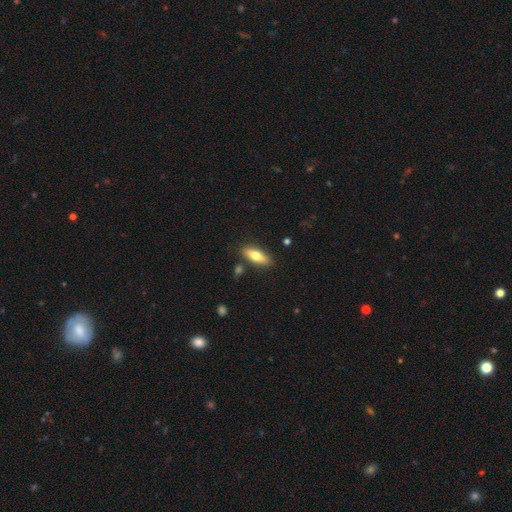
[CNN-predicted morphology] The model was most divided on "how rounded": in between: 65%, cigar-shaped: 33%, round: 3%. More confident: merging — none (82%); smooth or featured — smooth (70%).